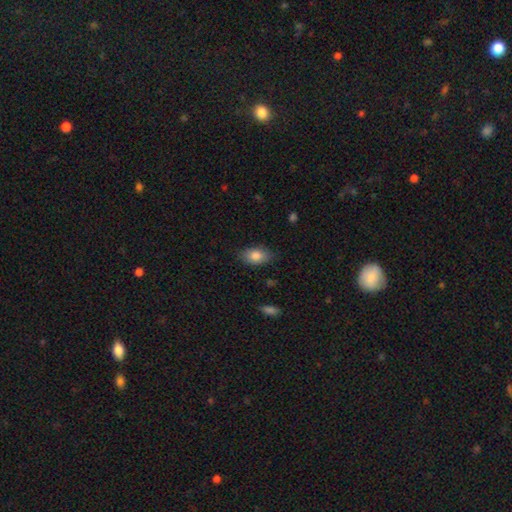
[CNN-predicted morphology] type=smooth (83%); roundness=in between (90%); merging=none (81%).